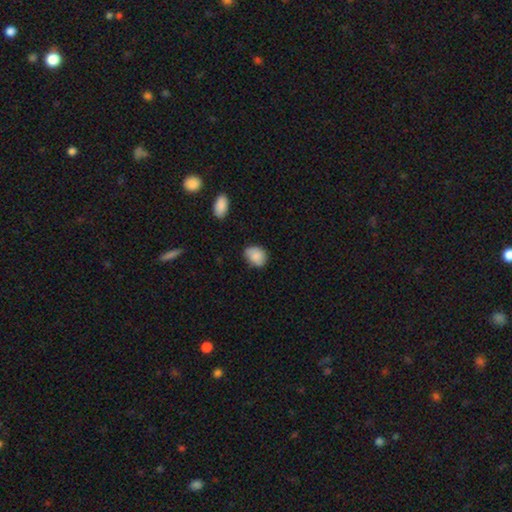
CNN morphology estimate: A smooth galaxy with no disk features (85%) that is in between round and cigar-shaped (59%). Merging: none (69%).